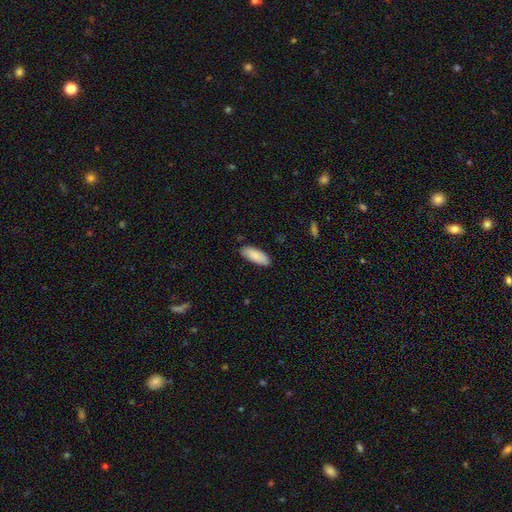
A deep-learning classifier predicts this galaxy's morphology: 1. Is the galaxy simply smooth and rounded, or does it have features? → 89% smooth, 6% featured or disk, 6% star or artifact.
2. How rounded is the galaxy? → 80% in between, 19% cigar-shaped, 1% round.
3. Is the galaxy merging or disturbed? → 84% none, 13% minor disturbance, 2% major disturbance, 1% merger.